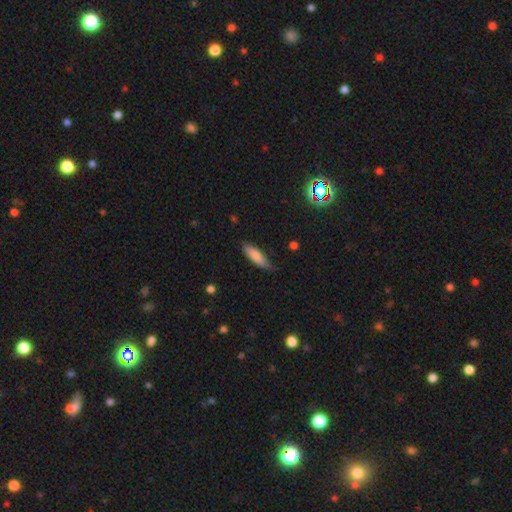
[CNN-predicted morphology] smooth 81%, featured or disk 13%, star or artifact 6%. Down the decision tree: how rounded — in between (51%); merging — none (64%).